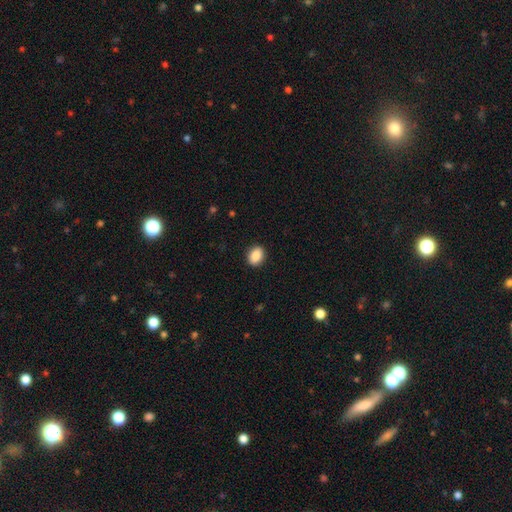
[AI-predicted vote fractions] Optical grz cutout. It shows a smooth galaxy with no disk features (89%) that is in between round and cigar-shaped (64%). Merging: none (91%).